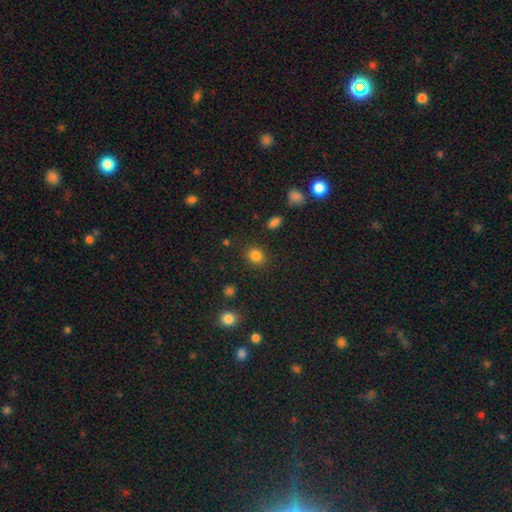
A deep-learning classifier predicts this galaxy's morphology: Smooth or featured?
  - smooth: 83% *
  - star or artifact: 12%
  - featured or disk: 5%
How rounded?
  - round: 75% *
  - in between: 24%
  - cigar-shaped: 1%
Merging?
  - none: 87% *
  - minor disturbance: 8%
  - major disturbance: 3%
  - merger: 2%